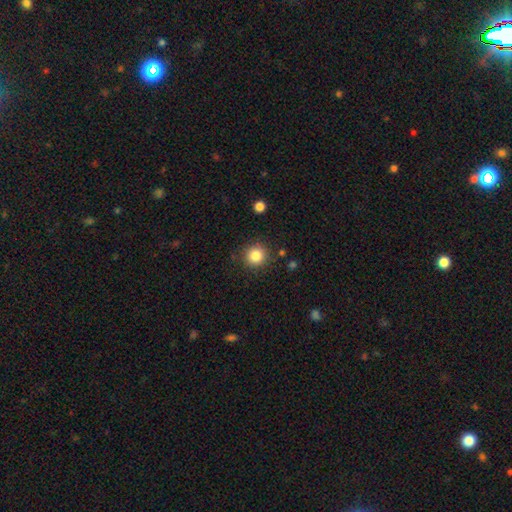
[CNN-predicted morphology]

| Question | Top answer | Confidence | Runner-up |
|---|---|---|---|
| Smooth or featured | smooth | 84% | star or artifact (11%) |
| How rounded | round | 93% | in between (6%) |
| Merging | none | 86% | minor disturbance (9%) |